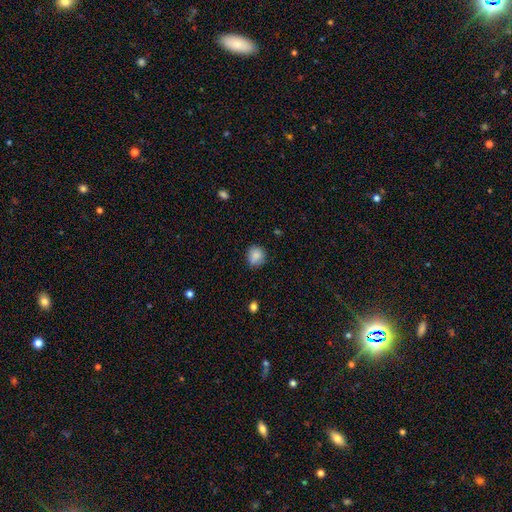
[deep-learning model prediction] Q: Smooth or featured?
A: smooth (86%); runner-up: star or artifact (9%)
Q: How rounded?
A: round (82%); runner-up: in between (17%)
Q: Merging?
A: none (79%); runner-up: minor disturbance (17%)